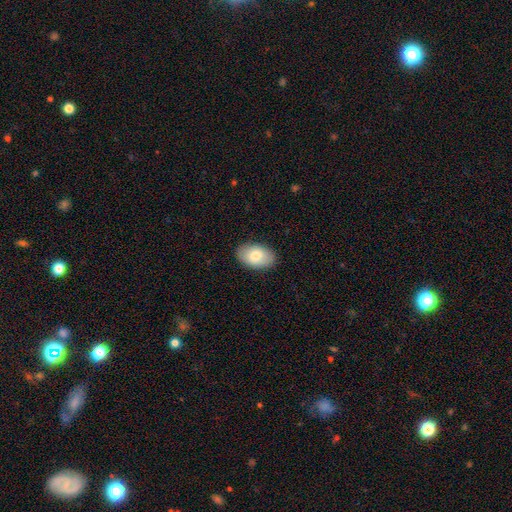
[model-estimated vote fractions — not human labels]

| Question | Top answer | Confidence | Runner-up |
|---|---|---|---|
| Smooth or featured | smooth | 79% | featured or disk (15%) |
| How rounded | in between | 91% | round (7%) |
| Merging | none | 88% | minor disturbance (9%) |